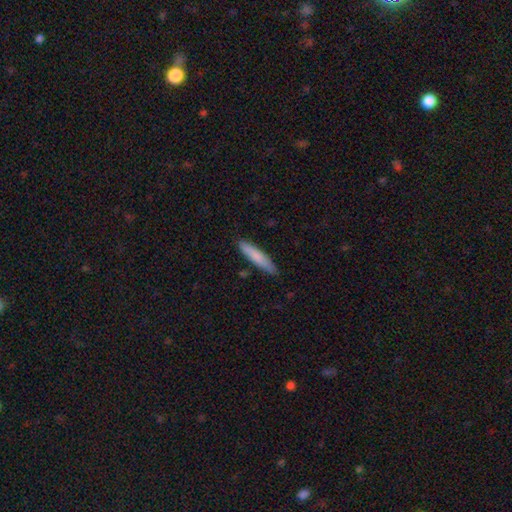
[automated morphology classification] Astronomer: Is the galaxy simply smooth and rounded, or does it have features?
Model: smooth — 78%.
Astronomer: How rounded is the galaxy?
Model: cigar-shaped — 88%.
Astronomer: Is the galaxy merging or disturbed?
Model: none — 85%.